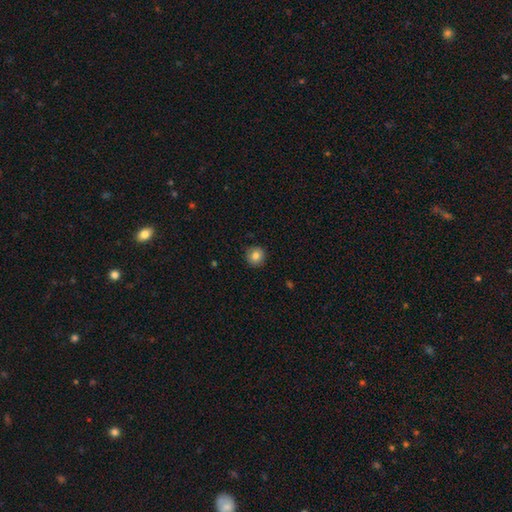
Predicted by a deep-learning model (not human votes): smooth_or_featured: smooth (p=0.83) [alt: star or artifact p=0.09]
how_rounded: round (p=0.94) [alt: in between p=0.06]
merging: none (p=0.89) [alt: minor disturbance p=0.08]